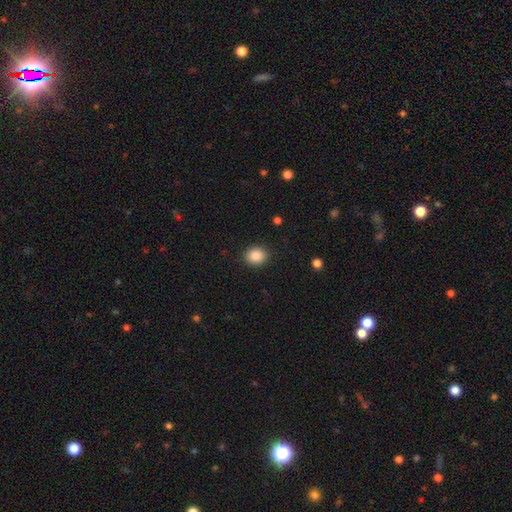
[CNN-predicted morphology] type=smooth (87%); roundness=round (69%); merging=none (89%).